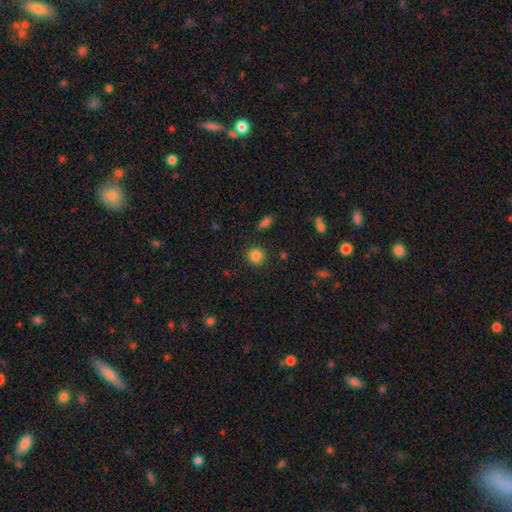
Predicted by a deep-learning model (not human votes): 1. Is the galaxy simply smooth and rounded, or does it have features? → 85% smooth, 11% star or artifact, 4% featured or disk.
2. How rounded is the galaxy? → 91% round, 8% in between, 1% cigar-shaped.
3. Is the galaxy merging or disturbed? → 89% none, 6% minor disturbance, 2% major disturbance, 2% merger.